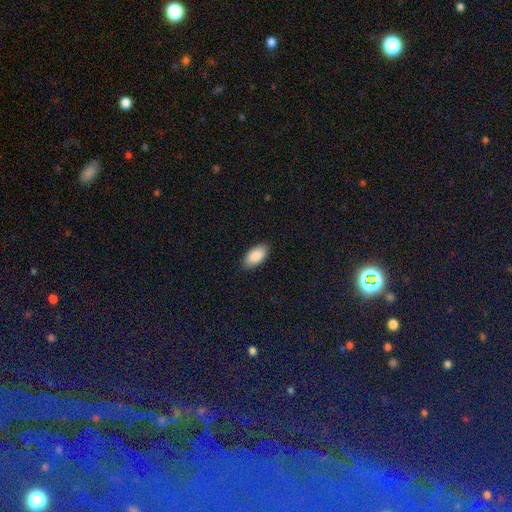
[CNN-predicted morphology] Smooth or featured?
  - smooth: 89% *
  - star or artifact: 6%
  - featured or disk: 5%
How rounded?
  - in between: 95% *
  - cigar-shaped: 3%
  - round: 2%
Merging?
  - none: 87% *
  - minor disturbance: 10%
  - major disturbance: 2%
  - merger: 1%